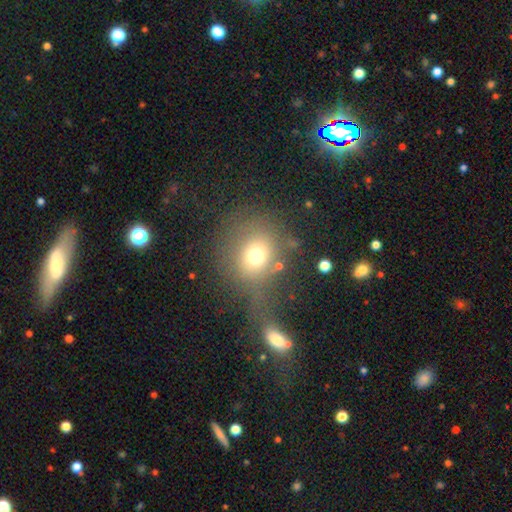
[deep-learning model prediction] smooth-or-featured: smooth: 70% | featured or disk: 16% | star or artifact: 14%
  how-rounded: round: 75% | in between: 24% | cigar-shaped: 1%
  merging: none: 42% | merger: 28% | major disturbance: 16% | minor disturbance: 14%